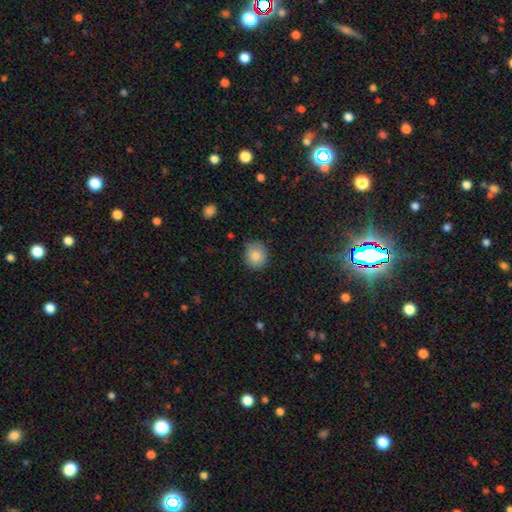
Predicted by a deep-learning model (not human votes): This is clearly a smooth galaxy (86%). How rounded: likely round (69%). Merging: likely none (80%).